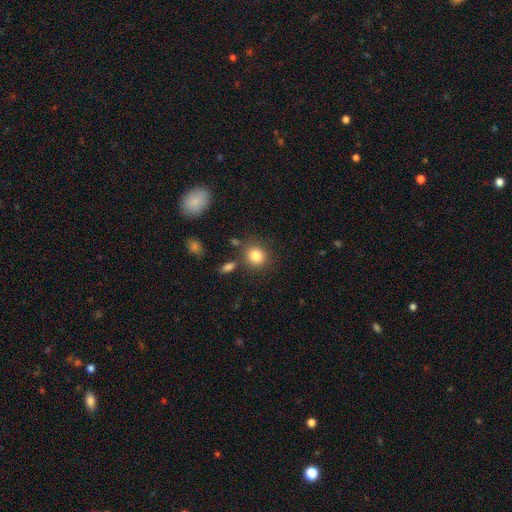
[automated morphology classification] type=smooth (84%); roundness=round (83%); merging=none (79%).